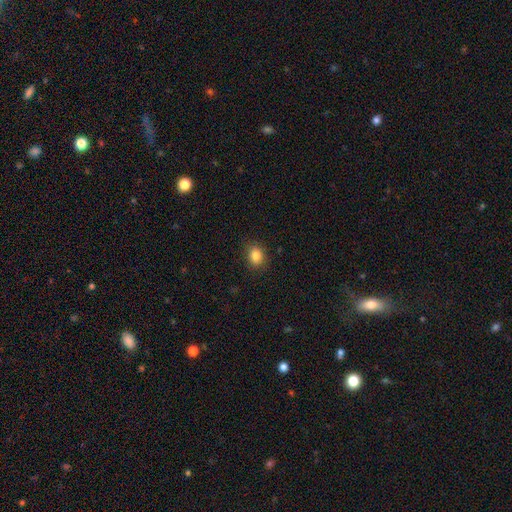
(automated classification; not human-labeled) Smooth or featured?
  - smooth: 85% *
  - star or artifact: 10%
  - featured or disk: 5%
How rounded?
  - round: 50% *
  - in between: 49%
  - cigar-shaped: 1%
Merging?
  - none: 86% *
  - minor disturbance: 10%
  - major disturbance: 3%
  - merger: 1%